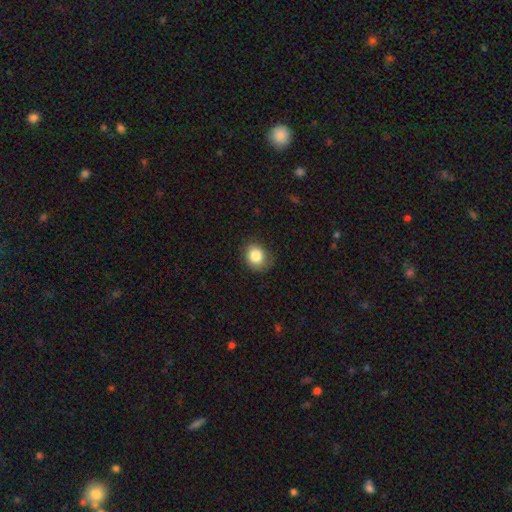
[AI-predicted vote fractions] smooth_or_featured: smooth (p=0.84) [alt: star or artifact p=0.09]
how_rounded: round (p=0.67) [alt: in between p=0.33]
merging: none (p=0.79) [alt: minor disturbance p=0.16]